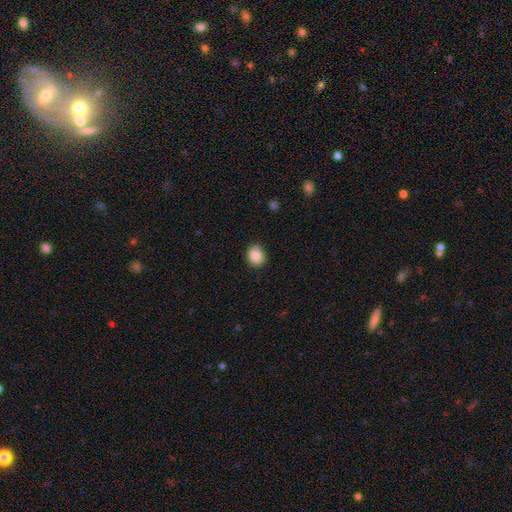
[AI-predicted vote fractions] Smooth or featured?
  - smooth: 85% *
  - star or artifact: 9%
  - featured or disk: 6%
How rounded?
  - round: 74% *
  - in between: 25%
  - cigar-shaped: 1%
Merging?
  - none: 82% *
  - minor disturbance: 14%
  - major disturbance: 2%
  - merger: 1%